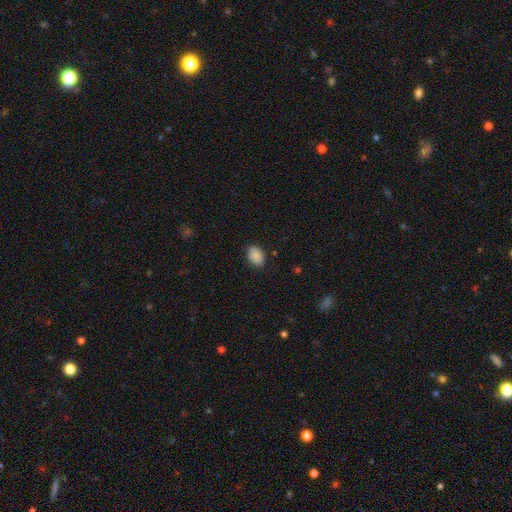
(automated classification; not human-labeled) Smooth or featured: smooth — 88% (star or artifact — 8%)
How rounded: in between — 75% (round — 24%)
Merging: none — 83% (minor disturbance — 13%)